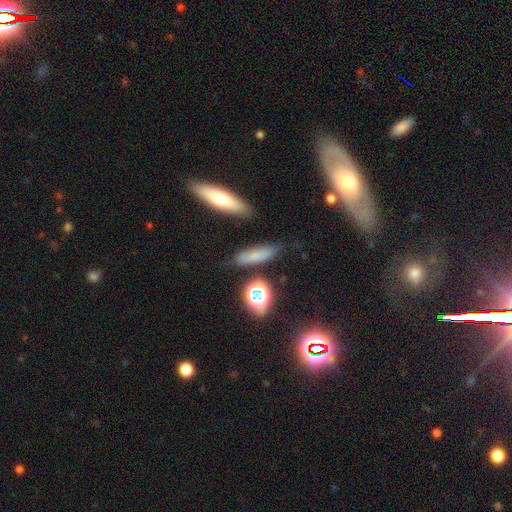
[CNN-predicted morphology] smooth 68%, featured or disk 16%, star or artifact 16%. Down the decision tree: how rounded — cigar-shaped (52%); merging — none (75%).